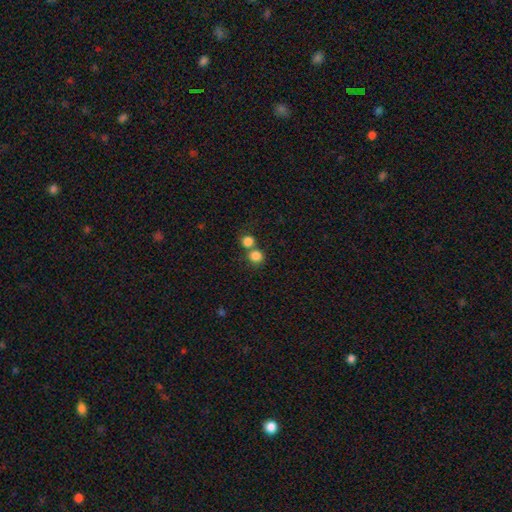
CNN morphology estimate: Smooth or featured?
  - smooth: 83% *
  - star or artifact: 11%
  - featured or disk: 6%
How rounded?
  - round: 86% *
  - in between: 13%
  - cigar-shaped: 1%
Merging?
  - none: 50% *
  - merger: 41%
  - minor disturbance: 7%
  - major disturbance: 3%